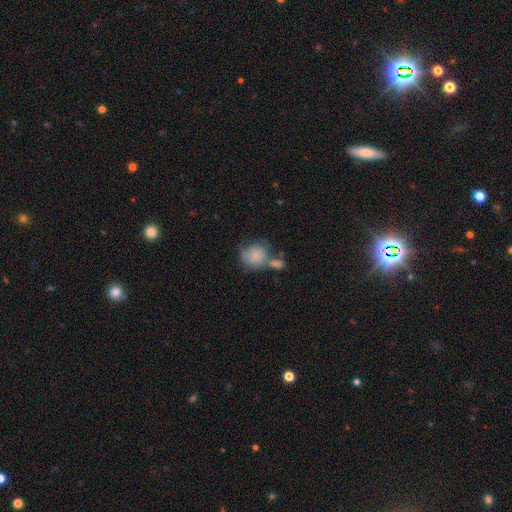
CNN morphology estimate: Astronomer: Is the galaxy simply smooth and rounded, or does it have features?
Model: smooth — 78%.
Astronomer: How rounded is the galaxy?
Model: round — 72%.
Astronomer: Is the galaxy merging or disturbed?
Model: merger — 39% (runner-up: none, 32%).